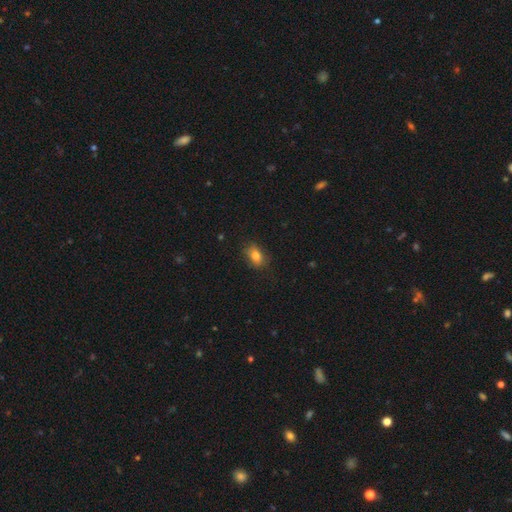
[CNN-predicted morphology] smooth 81%, star or artifact 10%, featured or disk 8%. Down the decision tree: how rounded — in between (73%); merging — none (79%).